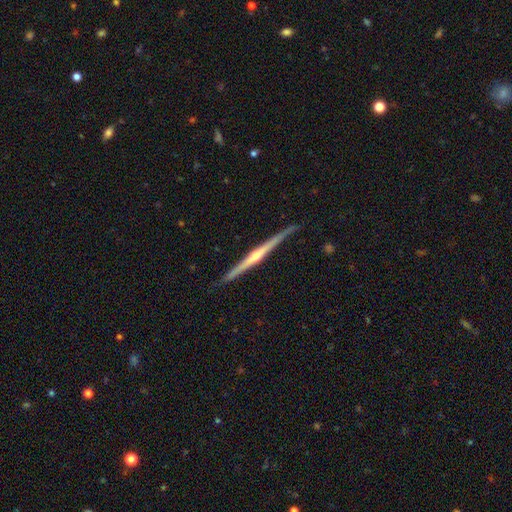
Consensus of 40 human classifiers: Q: Smooth or featured?
A: featured or disk (90%); runner-up: smooth (8%)
Q: Edge-on disk?
A: yes (97%); runner-up: no (3%)
Q: Edge-on bulge?
A: rounded (89%); runner-up: boxy (6%)
Q: Merging?
A: none (77%); runner-up: minor disturbance (21%)